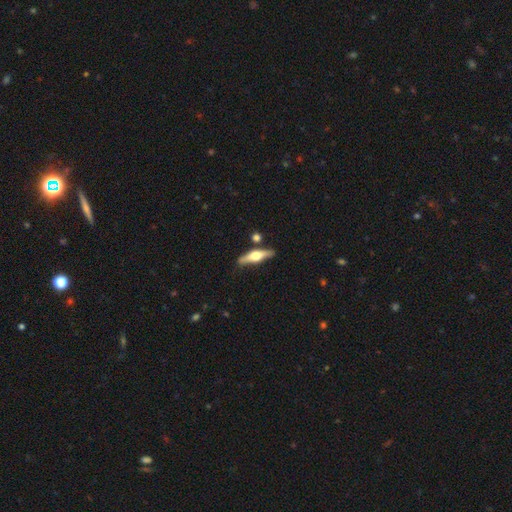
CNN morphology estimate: This is likely a featured or disk galaxy (62%). It is clearly viewed edge-on (95%). Edge-on bulge: clearly rounded (93%). Merging: likely none (80%).